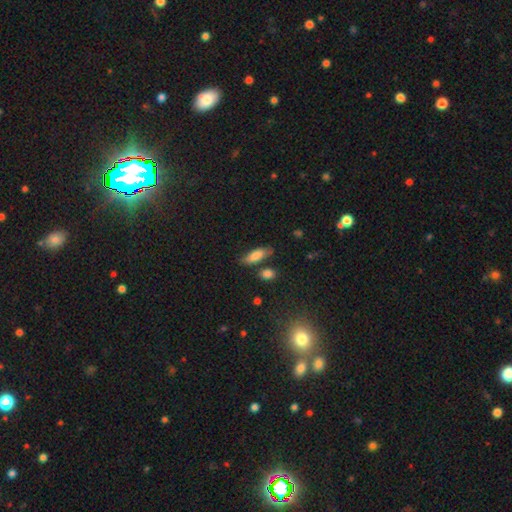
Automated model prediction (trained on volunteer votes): smooth-or-featured: smooth: 80% | featured or disk: 12% | star or artifact: 7%
  how-rounded: in between: 66% | cigar-shaped: 32% | round: 3%
  merging: none: 68% | minor disturbance: 19% | merger: 8% | major disturbance: 5%